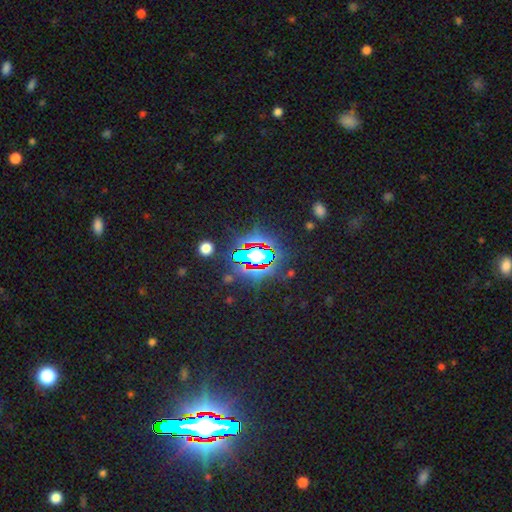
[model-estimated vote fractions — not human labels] This is likely a star or artifact rather than a galaxy (70%).